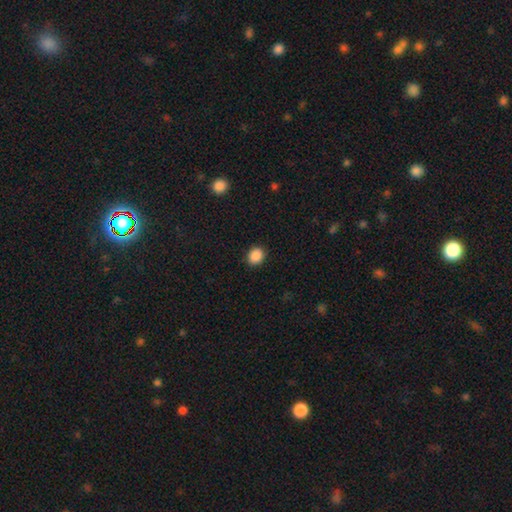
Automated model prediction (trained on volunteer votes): The model was most divided on "how rounded": round: 59%, in between: 40%, cigar-shaped: 1%. More confident: merging — none (89%); smooth or featured — smooth (89%).